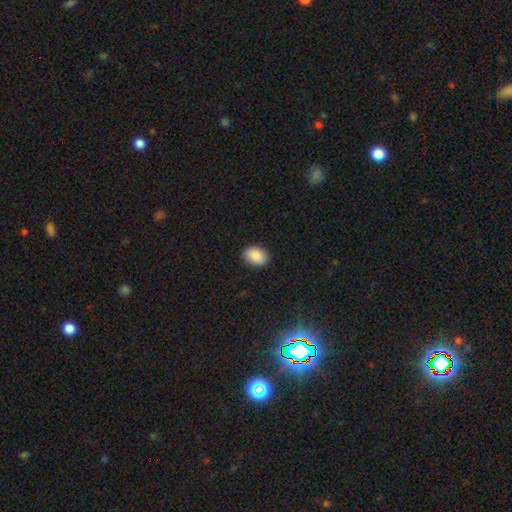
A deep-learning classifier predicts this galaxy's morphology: This is clearly a smooth galaxy (88%). How rounded: clearly in between (82%). Merging: clearly none (89%).